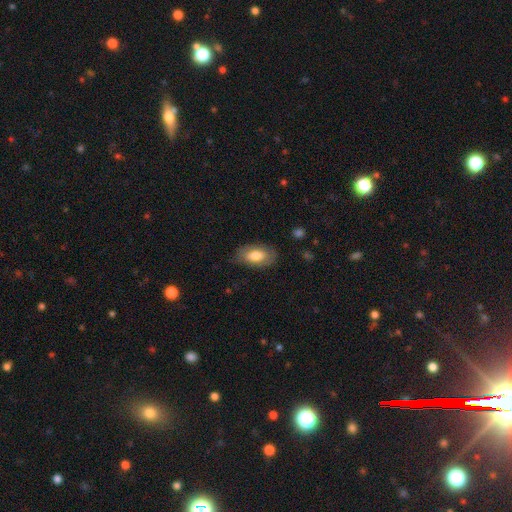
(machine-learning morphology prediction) type=smooth (70%); roundness=in between (93%); merging=none (78%).